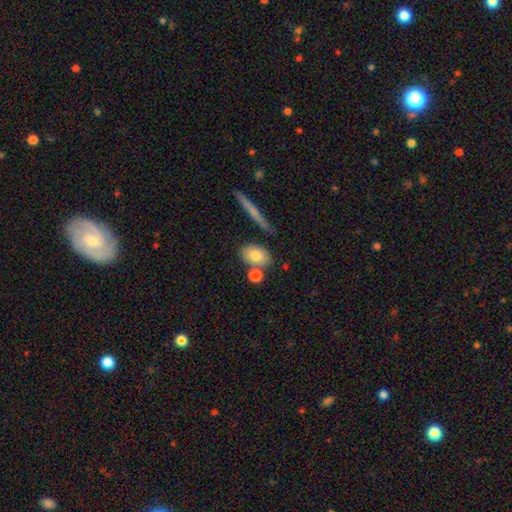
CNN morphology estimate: type=smooth (77%); roundness=in between (72%); merging=none (66%).